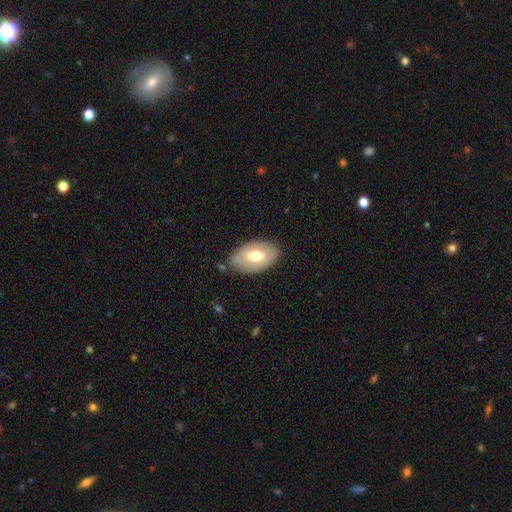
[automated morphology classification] Q: Smooth or featured?
A: smooth (58%); runner-up: featured or disk (36%)
Q: How rounded?
A: in between (91%); runner-up: round (7%)
Q: Merging?
A: none (79%); runner-up: minor disturbance (15%)